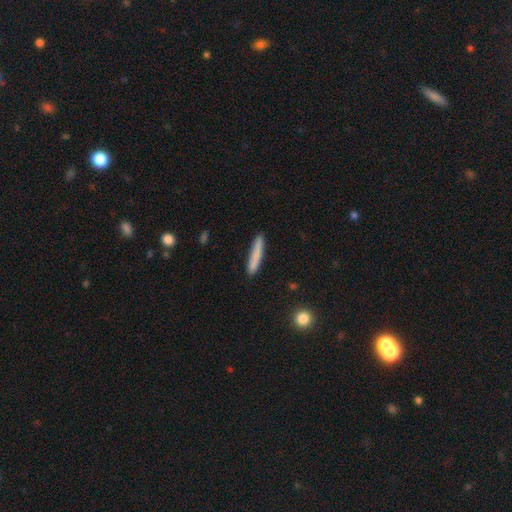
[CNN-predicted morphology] Smooth or featured? Predicted: smooth (p=0.80). How rounded? Predicted: cigar-shaped (p=0.94). Merging? Predicted: none (p=0.87).